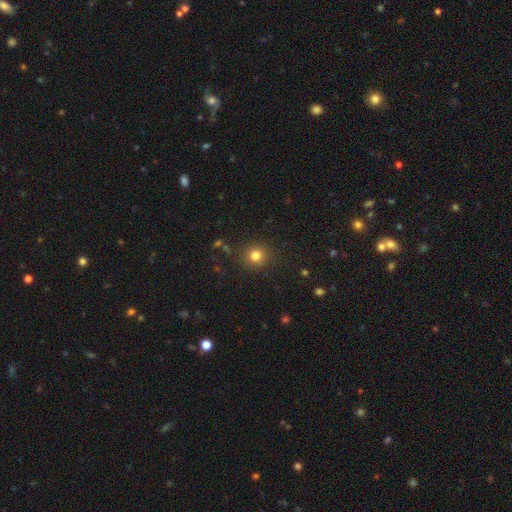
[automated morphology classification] Q: Smooth or featured?
A: smooth (80%); runner-up: star or artifact (14%)
Q: How rounded?
A: round (90%); runner-up: in between (9%)
Q: Merging?
A: none (88%); runner-up: minor disturbance (7%)